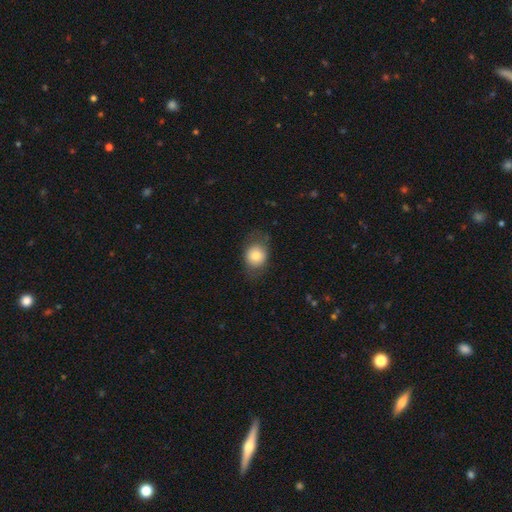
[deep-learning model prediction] Smooth or featured? Predicted: smooth (p=0.77). How rounded? Predicted: round (p=0.61). Merging? Predicted: none (p=0.72).